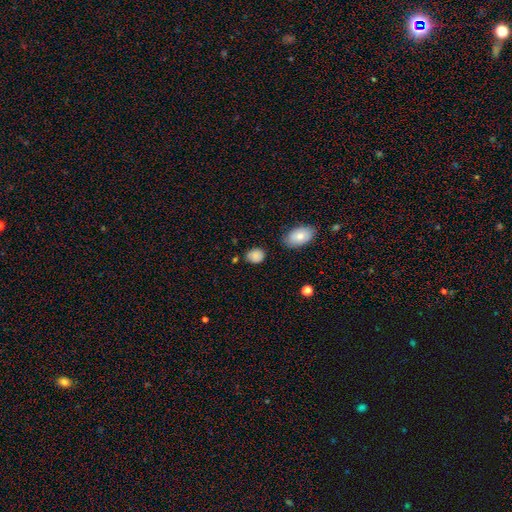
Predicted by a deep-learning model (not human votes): smooth-or-featured: smooth: 84% | star or artifact: 9% | featured or disk: 7%
  how-rounded: round: 53% | in between: 46% | cigar-shaped: 1%
  merging: none: 76% | minor disturbance: 17% | major disturbance: 4% | merger: 4%